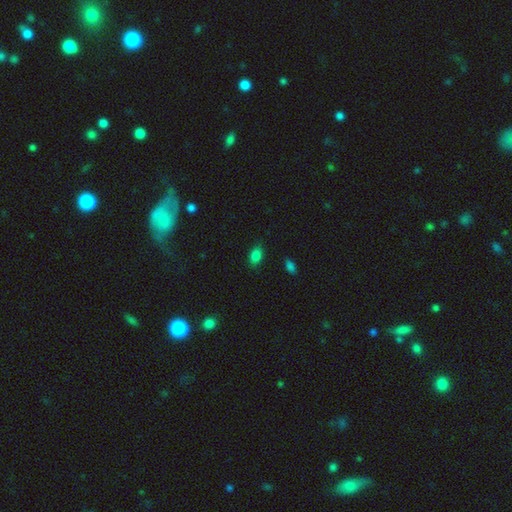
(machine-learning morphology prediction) Smooth or featured: smooth — 84% (star or artifact — 12%)
How rounded: in between — 86% (round — 11%)
Merging: none — 82% (minor disturbance — 13%)